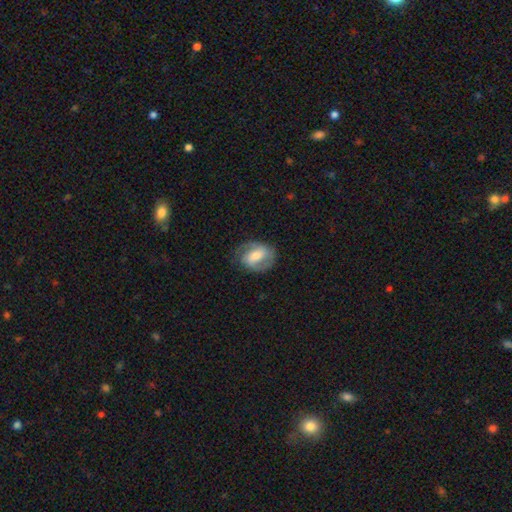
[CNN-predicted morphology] Overall: featured or disk (68%). Edge-on disk: no (96%). Bar: strong (41%; weak 39%). Spiral arms: yes (83%). Spiral arm count: 2 (81%). Spiral winding: medium (45%; tight 37%). Bulge size: moderate (54%; small 32%). Merging: none (75%).